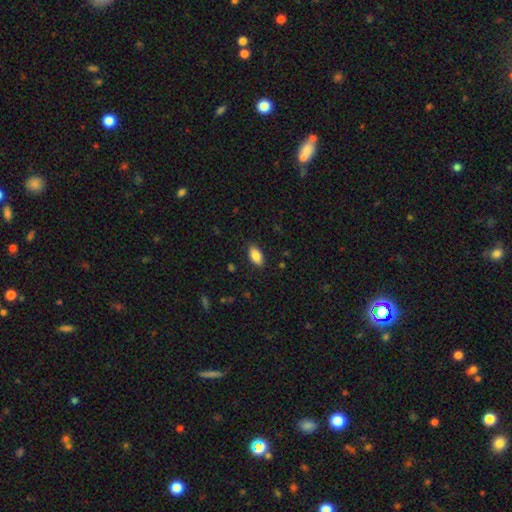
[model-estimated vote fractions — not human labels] Smooth or featured: smooth — 87% (star or artifact — 7%)
How rounded: in between — 92% (cigar-shaped — 5%)
Merging: none — 87% (minor disturbance — 10%)